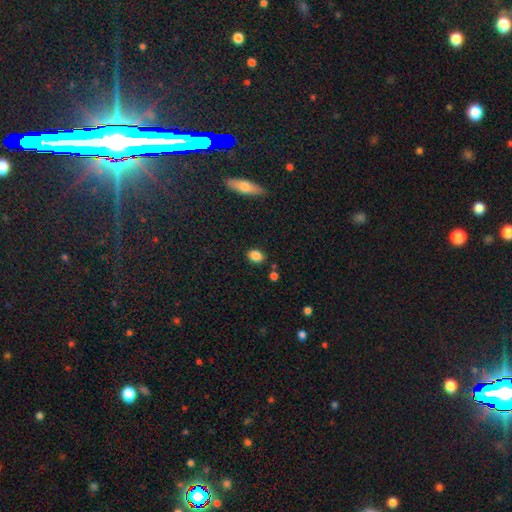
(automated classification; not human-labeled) A smooth galaxy with no disk features (85%) that is in between round and cigar-shaped (56%).

Vote fractions:
- Smooth or featured? smooth: 85% / star or artifact: 10% / featured or disk: 5%
- How rounded? in between: 56% / round: 42% / cigar-shaped: 2%
- Merging? none: 83% / minor disturbance: 11% / merger: 4% / major disturbance: 3%